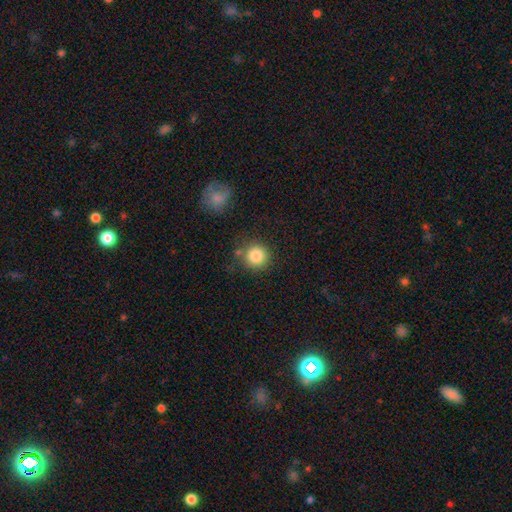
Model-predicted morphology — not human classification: A smooth galaxy with no disk features (85%) that is round (93%).

Vote fractions:
- Smooth or featured? smooth: 85% / star or artifact: 10% / featured or disk: 6%
- How rounded? round: 93% / in between: 6% / cigar-shaped: 1%
- Merging? none: 79% / minor disturbance: 11% / merger: 6% / major disturbance: 4%